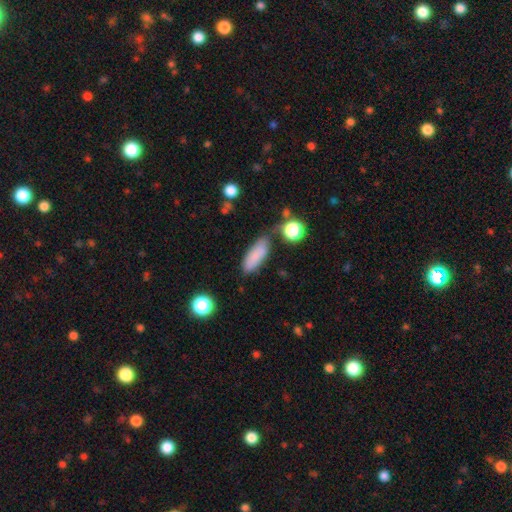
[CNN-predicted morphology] The model was most divided on "how rounded": in between: 65%, cigar-shaped: 32%, round: 3%. More confident: smooth or featured — smooth (81%); merging — none (60%).